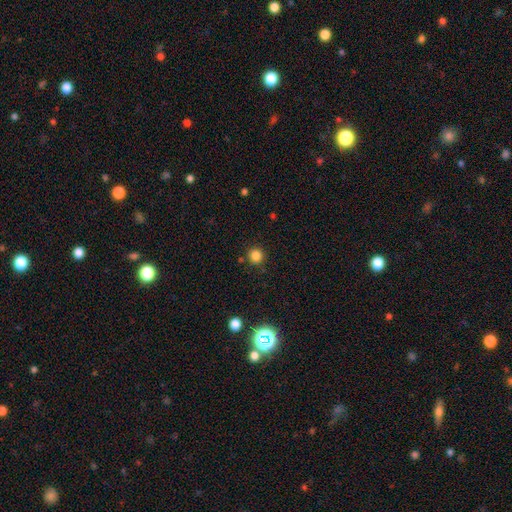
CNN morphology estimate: Smooth or featured? smooth (83%)
How rounded? round (94%)
Merging? none (88%)